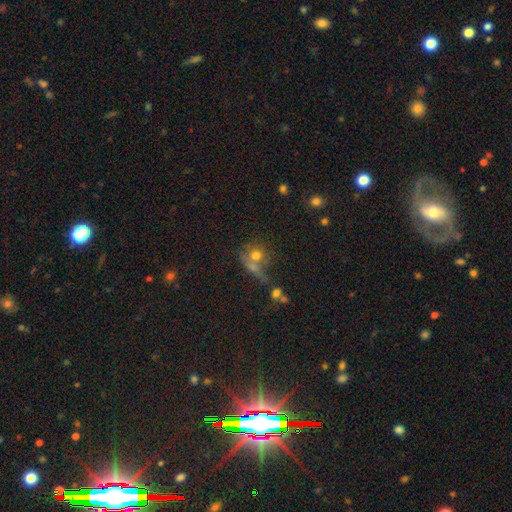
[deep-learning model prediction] Smooth or featured: smooth — 64% (featured or disk — 20%)
How rounded: round — 73% (in between — 25%)
Merging: merger — 42% (none — 31%)